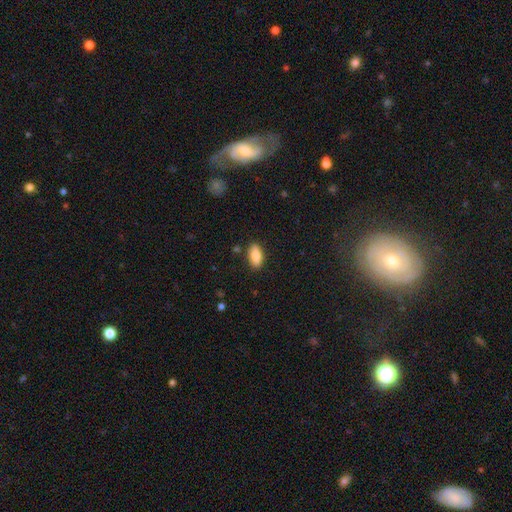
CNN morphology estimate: The model was most divided on "merging": none: 87%, minor disturbance: 9%, major disturbance: 2%, merger: 2%. More confident: how rounded — in between (88%); smooth or featured — smooth (87%).